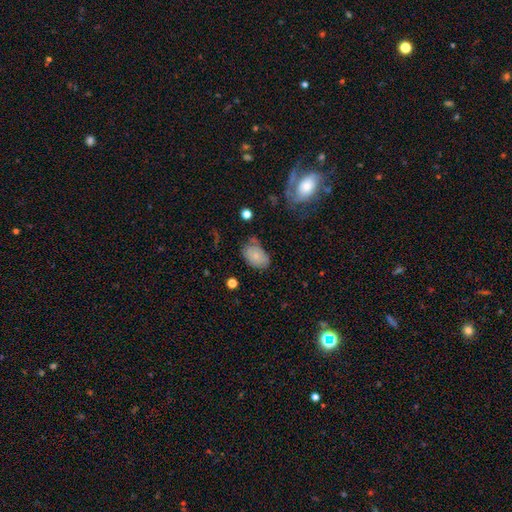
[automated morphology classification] Q: Smooth or featured?
A: smooth (74%); runner-up: featured or disk (18%)
Q: How rounded?
A: in between (84%); runner-up: round (15%)
Q: Merging?
A: none (47%); runner-up: minor disturbance (35%)